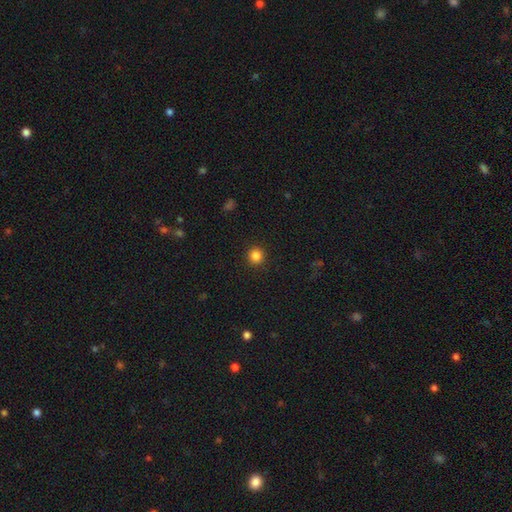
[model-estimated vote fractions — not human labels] Smooth or featured?
  - smooth: 85% *
  - star or artifact: 12%
  - featured or disk: 4%
How rounded?
  - round: 94% *
  - in between: 5%
  - cigar-shaped: 1%
Merging?
  - none: 92% *
  - minor disturbance: 5%
  - major disturbance: 2%
  - merger: 1%